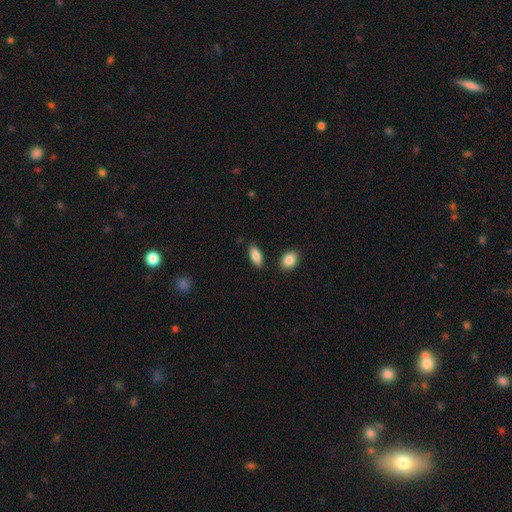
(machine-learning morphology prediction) Smooth or featured? Predicted: smooth (p=0.87). How rounded? Predicted: in between (p=0.85). Merging? Predicted: none (p=0.84).